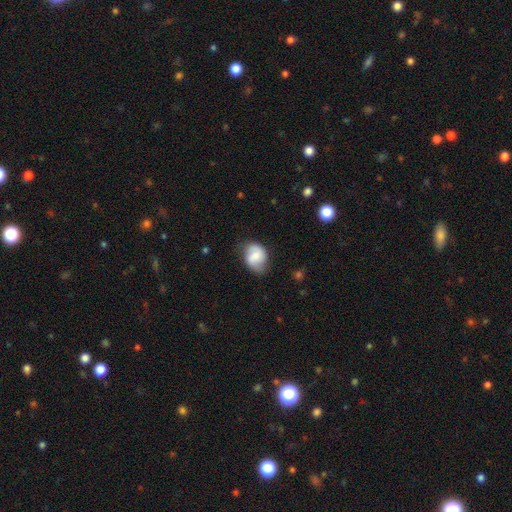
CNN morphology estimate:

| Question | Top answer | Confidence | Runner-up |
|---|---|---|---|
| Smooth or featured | smooth | 57% | featured or disk (35%) |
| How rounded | in between | 61% | round (38%) |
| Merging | none | 61% | minor disturbance (29%) |